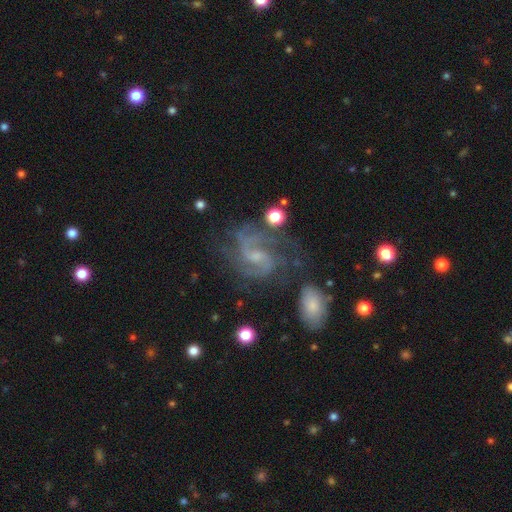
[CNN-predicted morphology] This appears to be a featured or disk galaxy (85%) with a weak bar (54%), 2 (66%) medium (54%) spiral arms (96%) and a small central bulge (65%). Merging: none (60%).